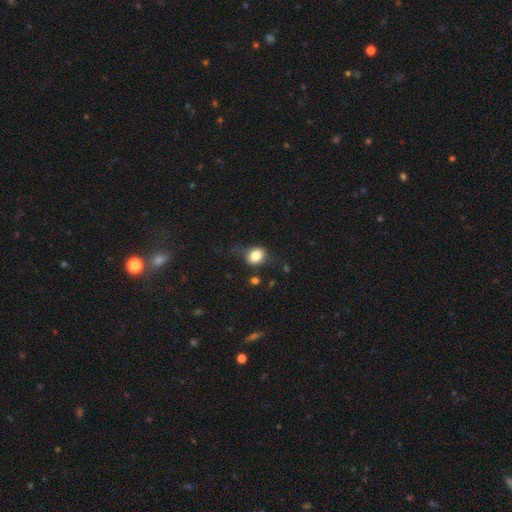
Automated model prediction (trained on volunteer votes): Smooth or featured: smooth — 79% (featured or disk — 11%)
How rounded: round — 60% (in between — 39%)
Merging: none — 65% (minor disturbance — 23%)